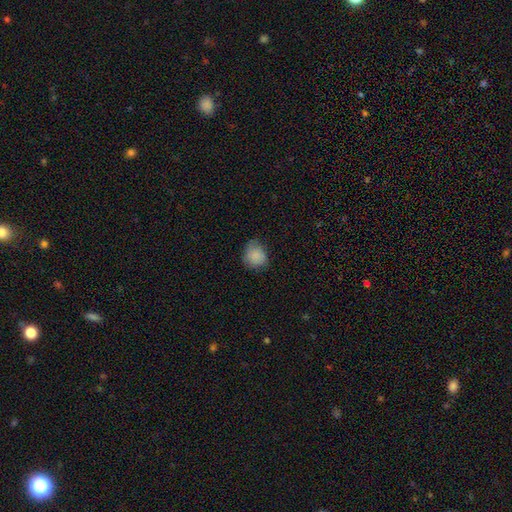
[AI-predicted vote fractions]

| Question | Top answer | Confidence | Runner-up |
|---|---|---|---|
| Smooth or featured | smooth | 85% | star or artifact (9%) |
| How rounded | round | 66% | in between (33%) |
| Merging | none | 61% | minor disturbance (30%) |